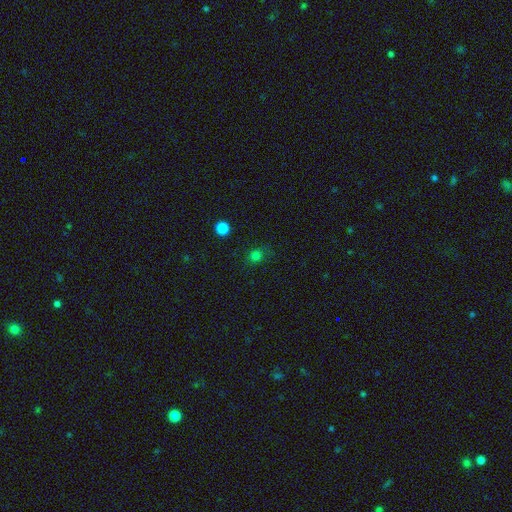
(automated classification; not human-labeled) A smooth galaxy with no disk features (74%) that is round (77%). Merging: none (78%).